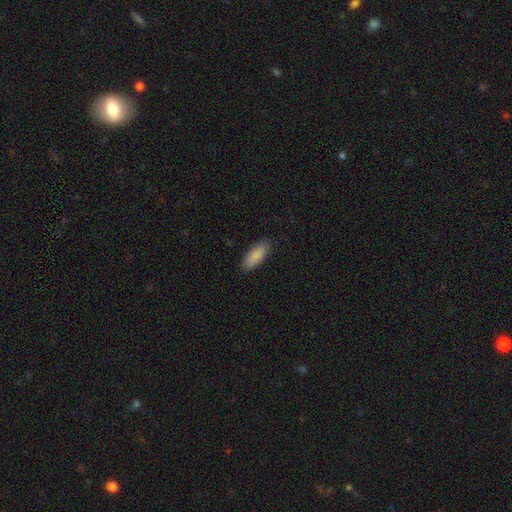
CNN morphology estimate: A smooth galaxy with no disk features (88%) that is in between round and cigar-shaped (80%).

Vote fractions:
- Smooth or featured? smooth: 88% / featured or disk: 6% / star or artifact: 6%
- How rounded? in between: 80% / cigar-shaped: 18% / round: 2%
- Merging? none: 87% / minor disturbance: 10% / major disturbance: 2% / merger: 1%